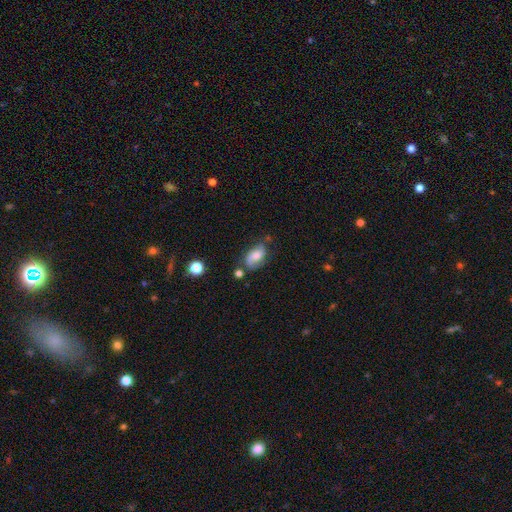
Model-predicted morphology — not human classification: type=featured or disk (49%); merging=none (59%).